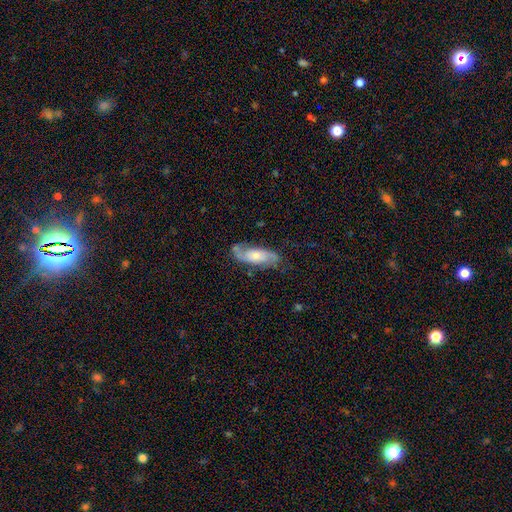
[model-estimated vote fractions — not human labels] Smooth or featured? Predicted: featured or disk (p=0.65). Edge-on disk? Predicted: no (p=0.88). Bar? Predicted: no (p=0.67). Spiral arms? Predicted: yes (p=0.89). Spiral winding? Predicted: medium (p=0.42). Spiral arm count? Predicted: 2 (p=0.77). Bulge size? Predicted: small (p=0.45). Merging? Predicted: none (p=0.65).